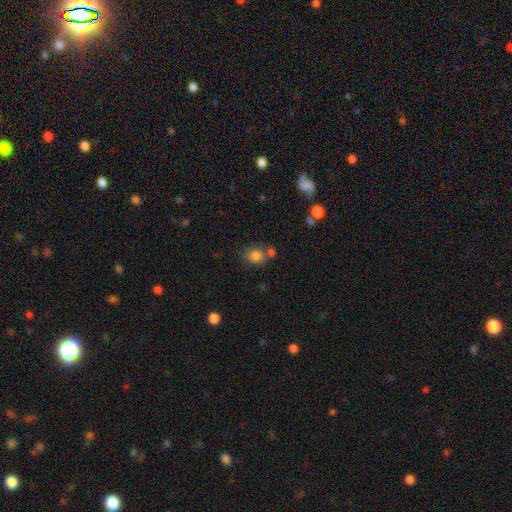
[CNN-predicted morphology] type=smooth (82%); roundness=round (65%); merging=none (62%).